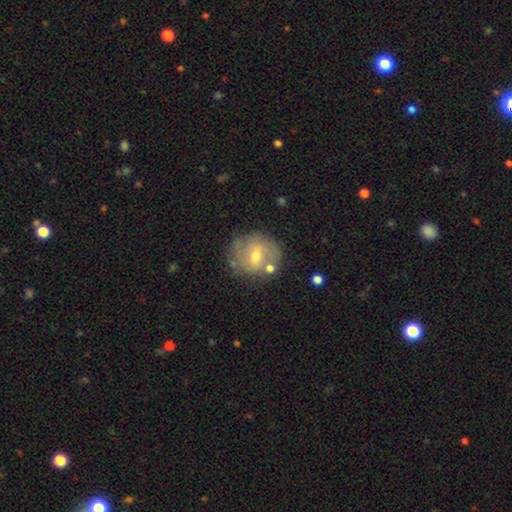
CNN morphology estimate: smooth-or-featured: featured or disk: 49% | smooth: 41% | star or artifact: 9%
  merging: none: 66% | minor disturbance: 18% | merger: 10% | major disturbance: 6%